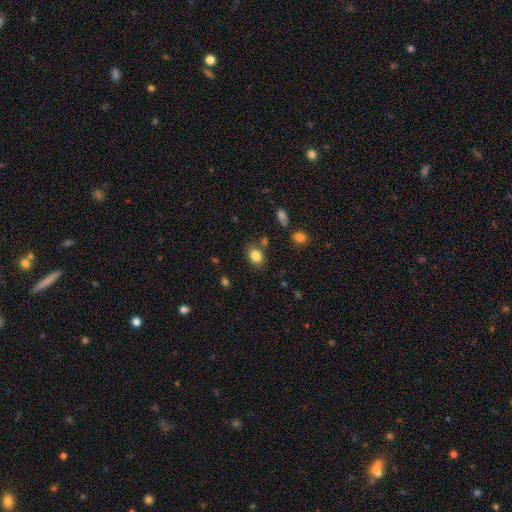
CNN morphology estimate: smooth-or-featured: smooth: 84% | star or artifact: 10% | featured or disk: 7%
  how-rounded: in between: 65% | round: 34% | cigar-shaped: 1%
  merging: none: 76% | minor disturbance: 14% | merger: 5% | major disturbance: 4%